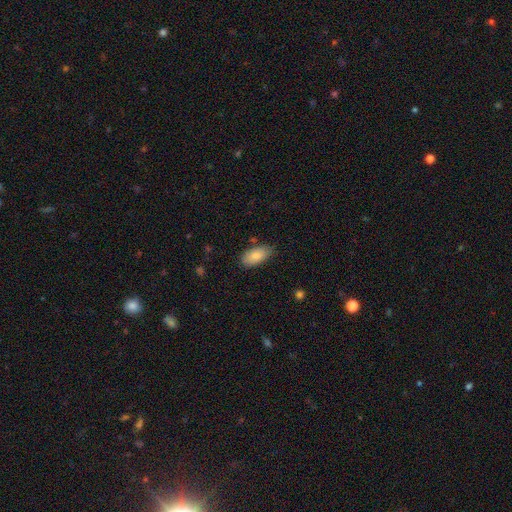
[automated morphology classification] Smooth or featured: smooth — 84% (featured or disk — 10%)
How rounded: in between — 92% (cigar-shaped — 5%)
Merging: none — 78% (minor disturbance — 17%)